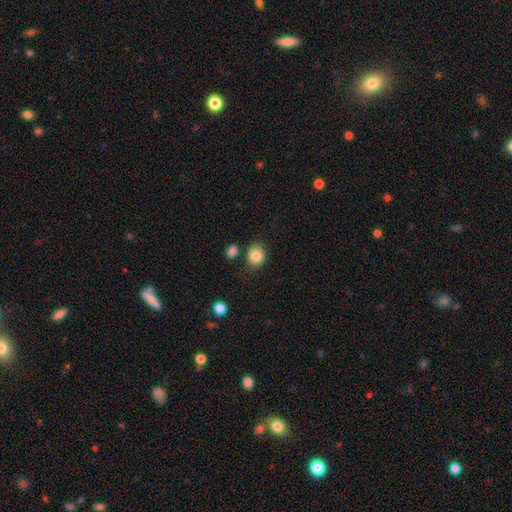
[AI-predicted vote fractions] smooth 84%, star or artifact 9%, featured or disk 7%. Down the decision tree: how rounded — round (62%); merging — none (80%).